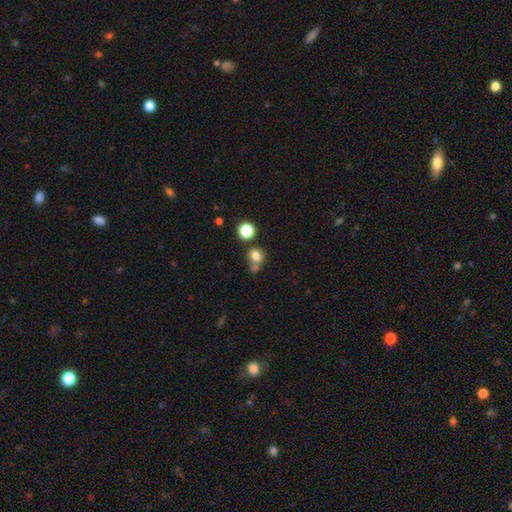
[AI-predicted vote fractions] Morphology: type=smooth (77%); roundness=round (72%); merging=none (54%).